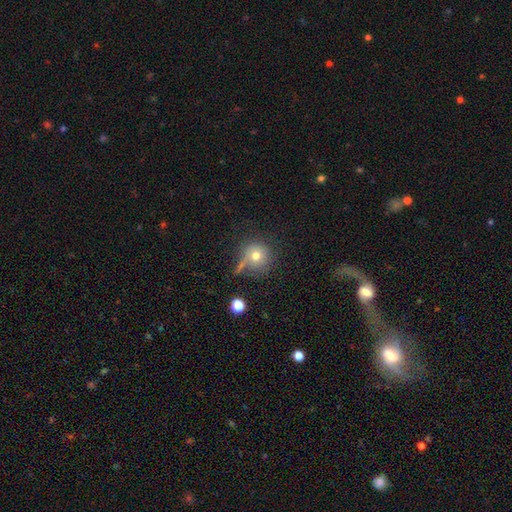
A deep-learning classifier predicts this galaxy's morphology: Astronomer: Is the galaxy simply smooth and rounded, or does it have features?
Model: smooth — 73%.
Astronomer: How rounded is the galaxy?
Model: round — 91%.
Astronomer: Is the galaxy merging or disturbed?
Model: none — 60%.